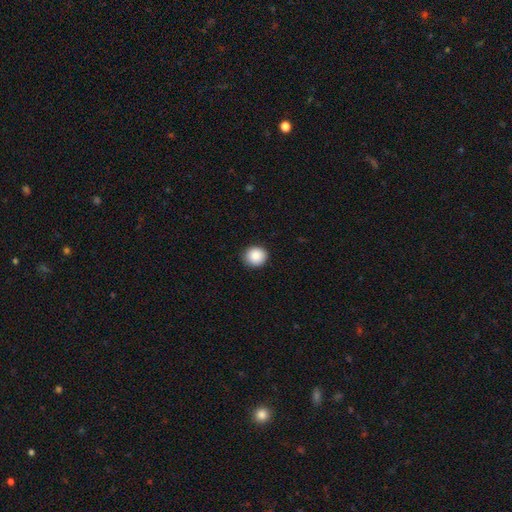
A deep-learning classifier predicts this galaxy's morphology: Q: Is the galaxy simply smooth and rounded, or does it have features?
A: smooth — 88%.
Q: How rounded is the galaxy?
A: round — 88%.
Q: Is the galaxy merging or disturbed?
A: none — 90%.